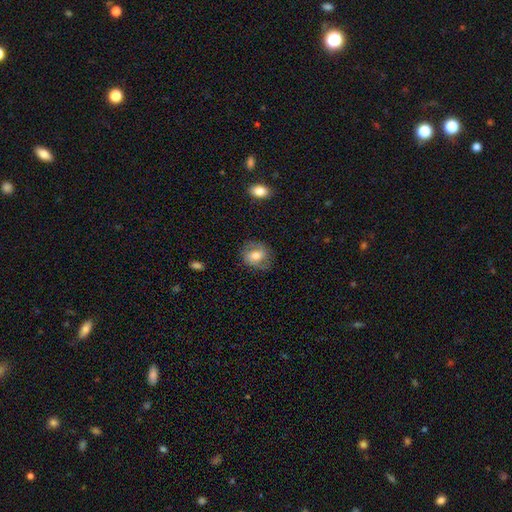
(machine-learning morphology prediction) A smooth galaxy with no disk features (51%) that is round (67%). Merging: none (76%).